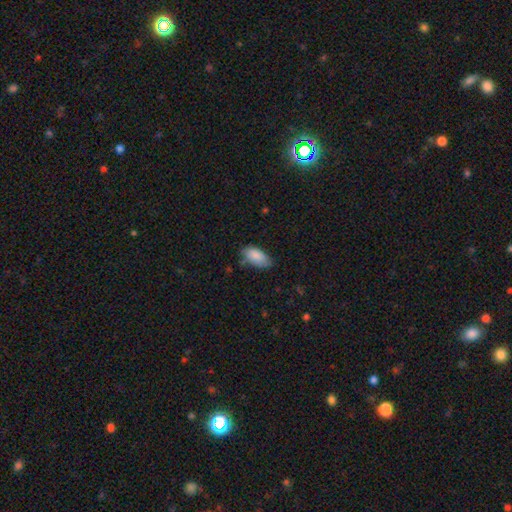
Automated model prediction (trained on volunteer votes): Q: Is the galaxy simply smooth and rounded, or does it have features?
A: smooth — 87%.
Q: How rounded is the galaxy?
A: in between — 93%.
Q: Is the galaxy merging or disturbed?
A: none — 59%.